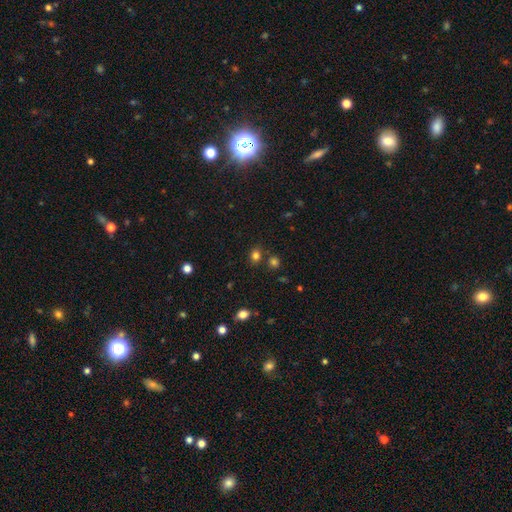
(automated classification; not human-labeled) Smooth or featured?
  - smooth: 78% *
  - star or artifact: 17%
  - featured or disk: 6%
How rounded?
  - round: 61% *
  - in between: 38%
  - cigar-shaped: 1%
Merging?
  - none: 76% *
  - minor disturbance: 11%
  - merger: 10%
  - major disturbance: 3%